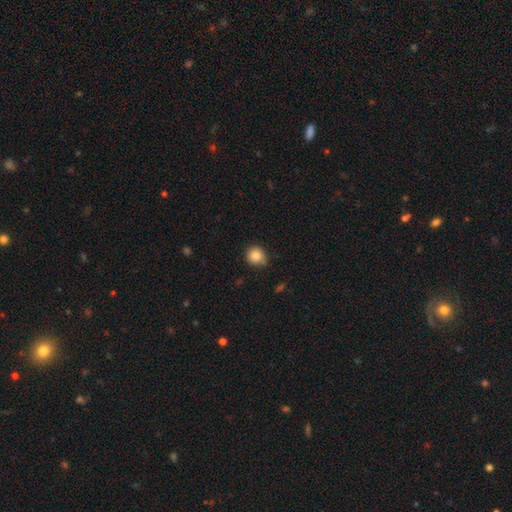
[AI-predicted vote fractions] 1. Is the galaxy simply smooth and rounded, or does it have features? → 85% smooth, 10% star or artifact, 5% featured or disk.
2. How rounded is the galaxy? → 87% round, 12% in between, 1% cigar-shaped.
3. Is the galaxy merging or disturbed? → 74% none, 21% minor disturbance, 3% major disturbance, 2% merger.